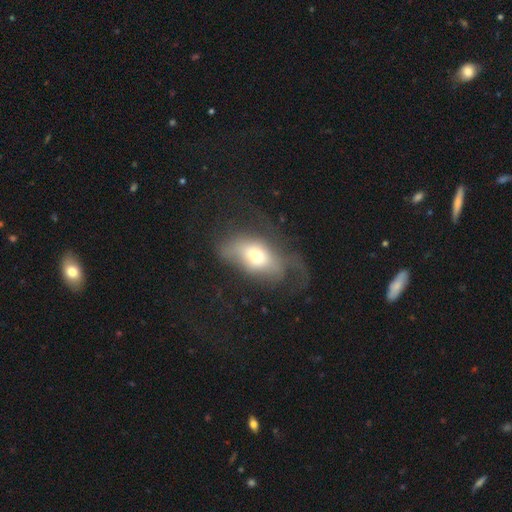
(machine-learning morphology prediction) smooth 52%, featured or disk 38%, star or artifact 9%. Down the decision tree: how rounded — in between (82%); merging — major disturbance (47%).